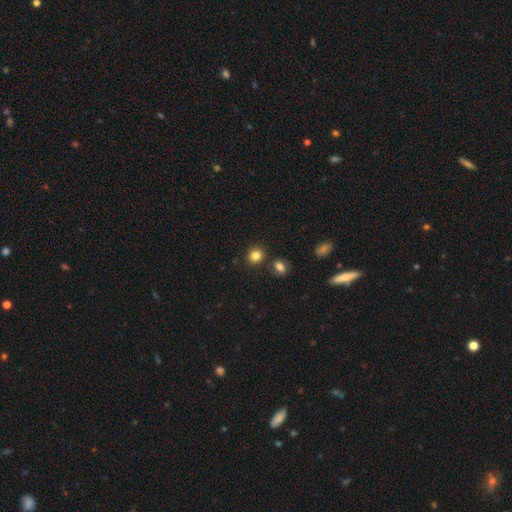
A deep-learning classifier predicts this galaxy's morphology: Smooth or featured? Predicted: smooth (p=0.83). How rounded? Predicted: round (p=0.78). Merging? Predicted: none (p=0.82).